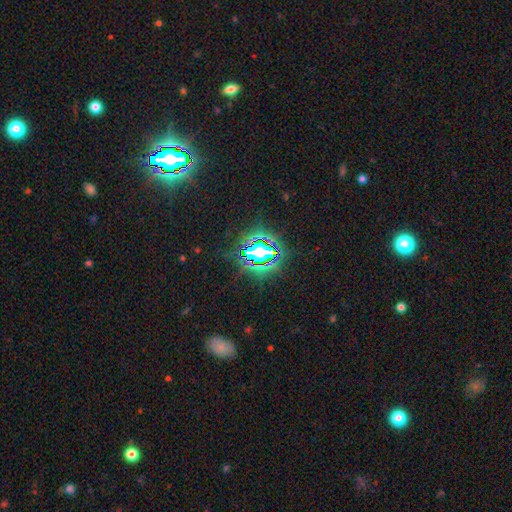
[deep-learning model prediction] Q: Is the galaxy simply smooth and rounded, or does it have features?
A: star or artifact — 81%.